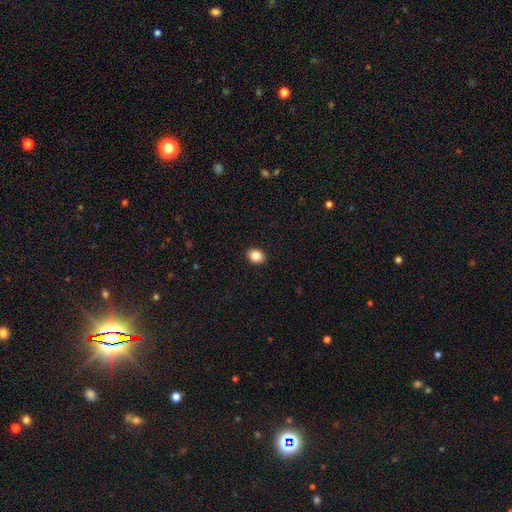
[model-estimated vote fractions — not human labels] Smooth or featured: smooth — 86% (star or artifact — 10%)
How rounded: round — 53% (in between — 46%)
Merging: none — 91% (minor disturbance — 6%)